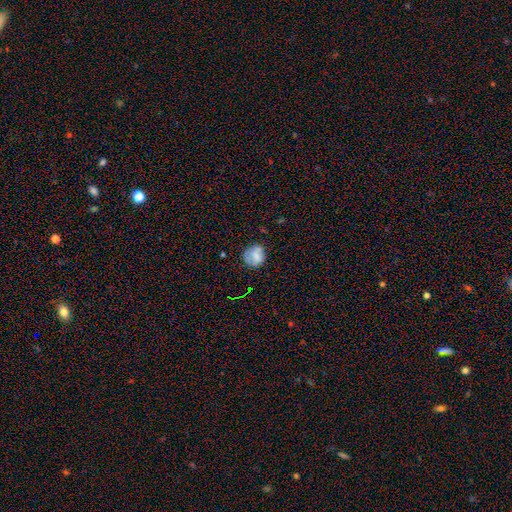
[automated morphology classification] Smooth or featured?
  - smooth: 70% *
  - featured or disk: 18%
  - star or artifact: 12%
How rounded?
  - round: 83% *
  - in between: 16%
  - cigar-shaped: 1%
Merging?
  - none: 66% *
  - minor disturbance: 23%
  - major disturbance: 7%
  - merger: 4%